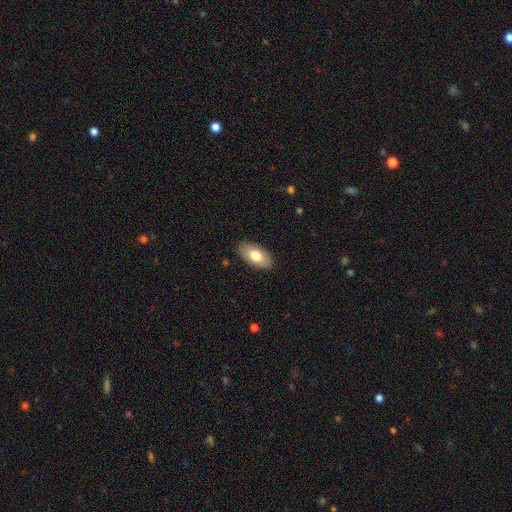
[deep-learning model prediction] Overall: smooth (76%). How rounded: in between (94%). Merging: none (88%).